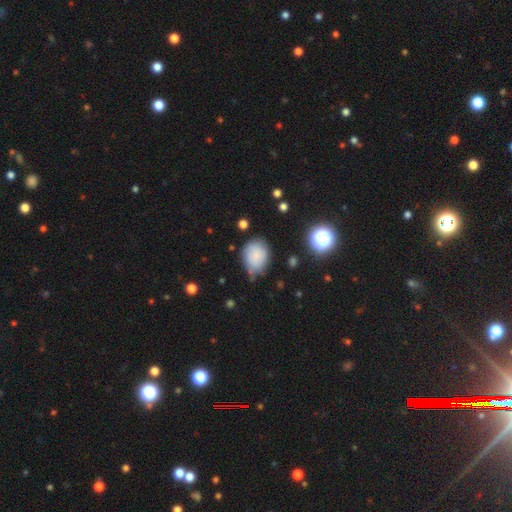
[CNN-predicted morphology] Smooth or featured? smooth (80%)
How rounded? in between (55%)
Merging? none (61%)